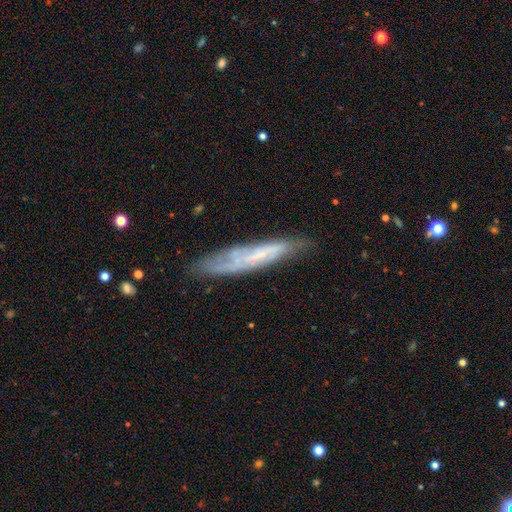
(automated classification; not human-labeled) Smooth or featured?
  - featured or disk: 56% *
  - smooth: 36%
  - star or artifact: 8%
Edge-on disk?
  - yes: 58% *
  - no: 42%
Merging?
  - none: 68% *
  - minor disturbance: 22%
  - major disturbance: 7%
  - merger: 3%